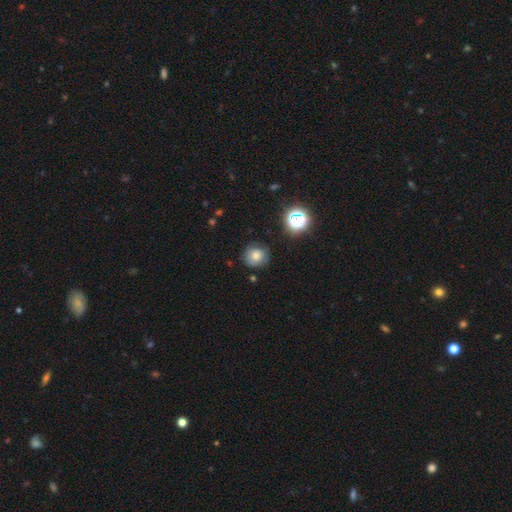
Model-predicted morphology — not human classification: Smooth or featured? Predicted: smooth (p=0.70). How rounded? Predicted: round (p=0.88). Merging? Predicted: none (p=0.77).